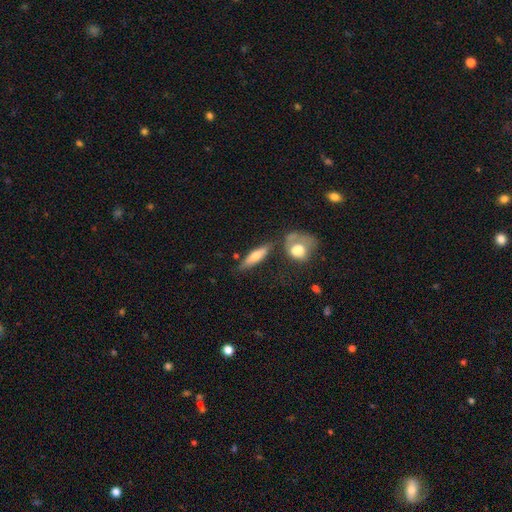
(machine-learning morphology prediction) A smooth galaxy with no disk features (60%) that is cigar-shaped (57%).

Vote fractions:
- Smooth or featured? smooth: 60% / featured or disk: 33% / star or artifact: 7%
- How rounded? cigar-shaped: 57% / in between: 38% / round: 5%
- Merging? none: 62% / minor disturbance: 16% / merger: 14% / major disturbance: 7%